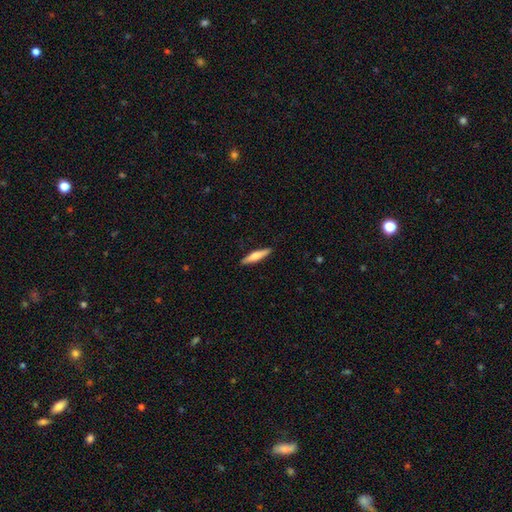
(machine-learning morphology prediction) A smooth galaxy with no disk features (62%) that is cigar-shaped (86%). Merging: none (90%).